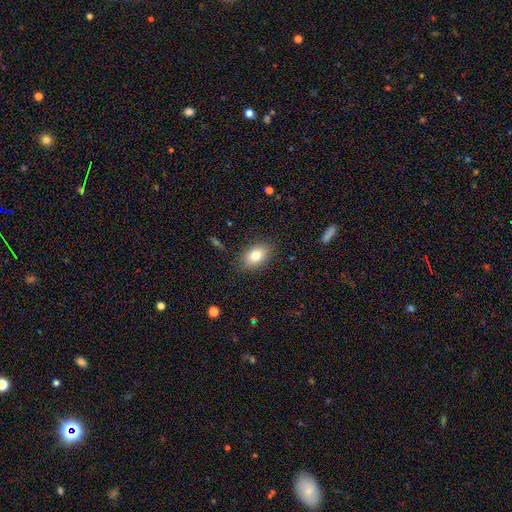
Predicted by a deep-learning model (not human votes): Smooth or featured?
  - smooth: 80% *
  - featured or disk: 12%
  - star or artifact: 9%
How rounded?
  - in between: 85% *
  - round: 13%
  - cigar-shaped: 1%
Merging?
  - none: 86% *
  - minor disturbance: 11%
  - major disturbance: 3%
  - merger: 1%